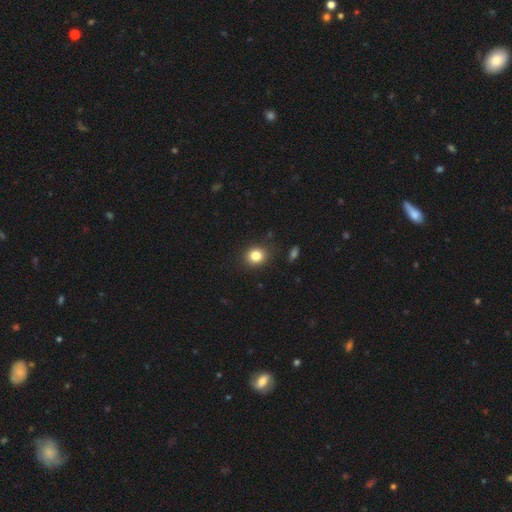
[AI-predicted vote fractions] Smooth or featured: smooth — 82% (star or artifact — 11%)
How rounded: round — 76% (in between — 24%)
Merging: none — 88% (minor disturbance — 8%)